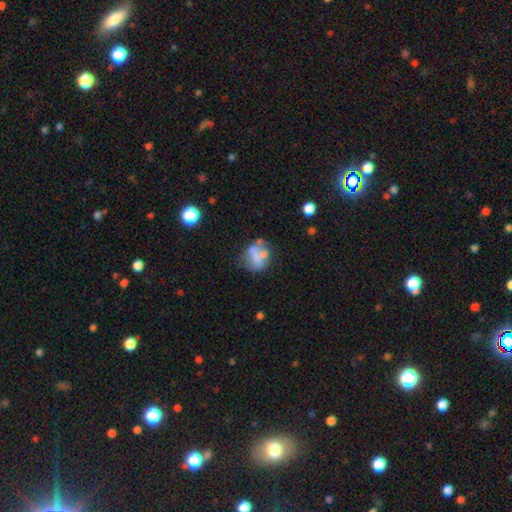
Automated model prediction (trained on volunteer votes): A smooth galaxy with no disk features (48%).

Vote fractions:
- Smooth or featured? smooth: 48% / featured or disk: 40% / star or artifact: 12%
- Merging? none: 42% / minor disturbance: 21% / merger: 19% / major disturbance: 18%